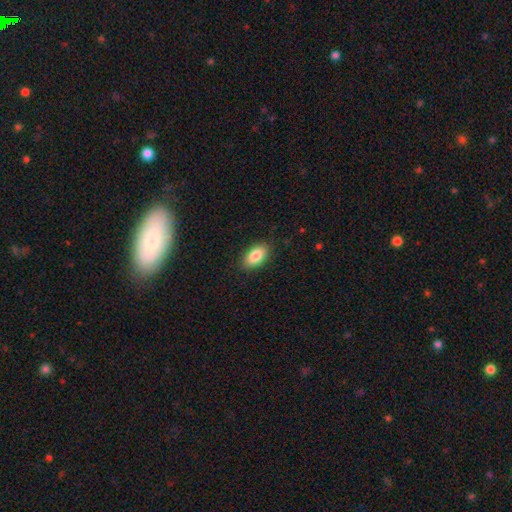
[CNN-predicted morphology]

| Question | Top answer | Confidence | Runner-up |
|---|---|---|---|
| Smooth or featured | smooth | 85% | featured or disk (8%) |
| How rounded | in between | 92% | round (4%) |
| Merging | none | 87% | minor disturbance (10%) |